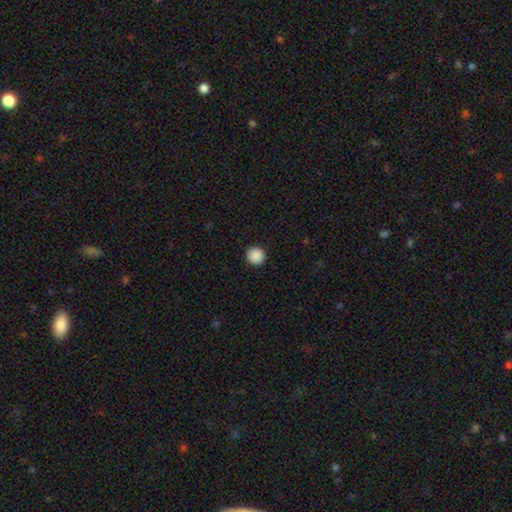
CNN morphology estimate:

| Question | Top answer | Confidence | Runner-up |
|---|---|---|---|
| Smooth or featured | smooth | 89% | star or artifact (9%) |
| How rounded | round | 95% | in between (4%) |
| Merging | none | 93% | minor disturbance (4%) |